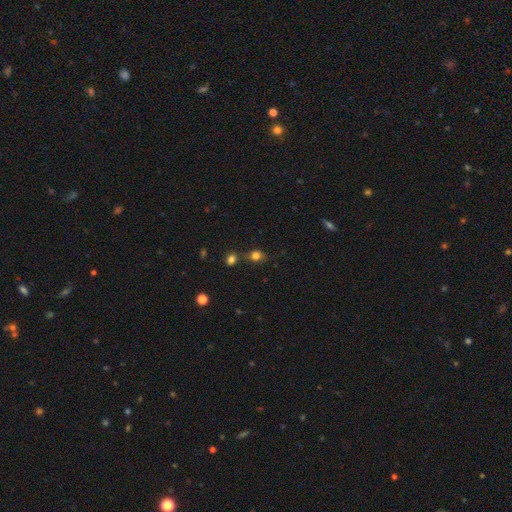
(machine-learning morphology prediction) Smooth or featured?
  - smooth: 77% *
  - star or artifact: 15%
  - featured or disk: 8%
How rounded?
  - round: 59% *
  - in between: 40%
  - cigar-shaped: 2%
Merging?
  - none: 62% *
  - minor disturbance: 17%
  - merger: 16%
  - major disturbance: 5%